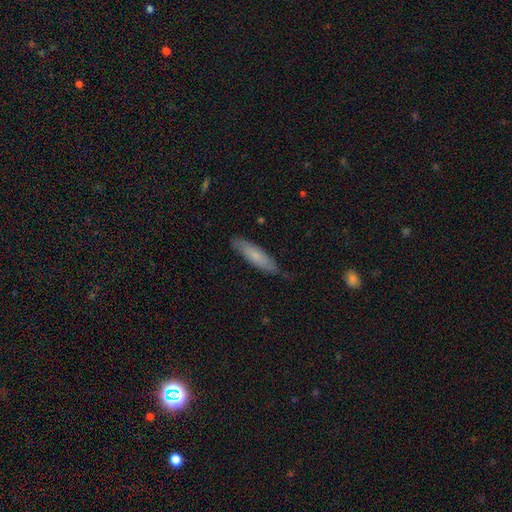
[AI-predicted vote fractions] Smooth or featured?
  - smooth: 70% *
  - featured or disk: 25%
  - star or artifact: 6%
How rounded?
  - cigar-shaped: 71% *
  - in between: 28%
  - round: 1%
Merging?
  - none: 77% *
  - minor disturbance: 19%
  - major disturbance: 3%
  - merger: 1%